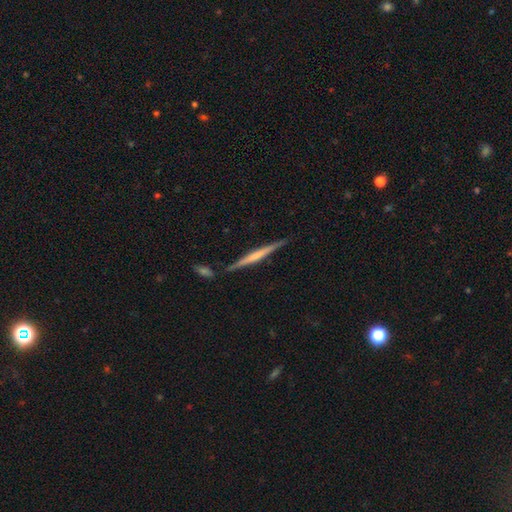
Volunteers were most divided on "edge-on bulge": none: 58%, rounded: 33%, boxy: 8%. More confident: edge-on disk — yes (92%); smooth or featured — featured or disk (67%); merging — none (62%).